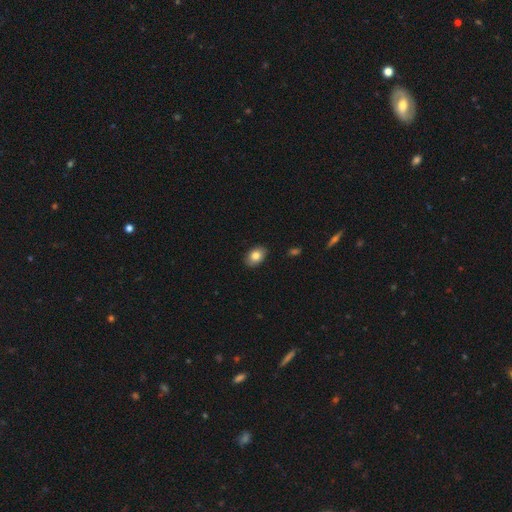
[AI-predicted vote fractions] smooth 82%, featured or disk 10%, star or artifact 8%. Down the decision tree: how rounded — in between (82%); merging — none (87%).